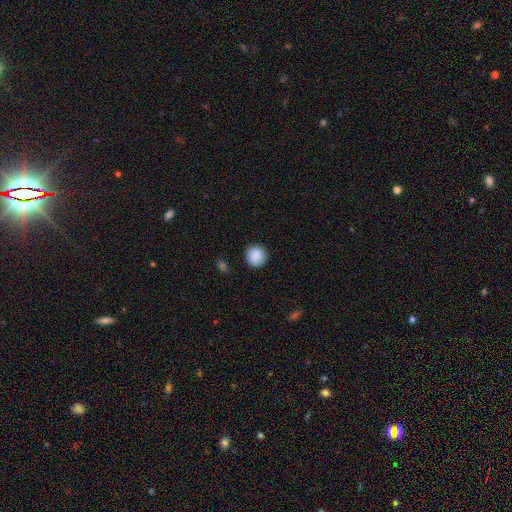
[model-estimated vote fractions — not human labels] The model was most divided on "smooth or featured": smooth: 90%, star or artifact: 8%, featured or disk: 3%. More confident: how rounded — round (92%); merging — none (90%).